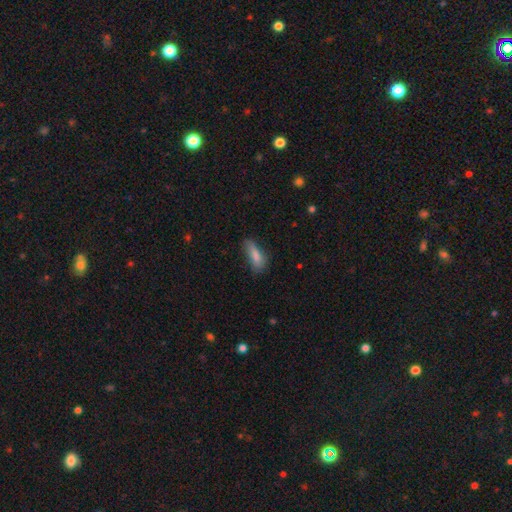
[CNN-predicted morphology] Smooth or featured: smooth — 81% (featured or disk — 11%)
How rounded: in between — 61% (cigar-shaped — 36%)
Merging: none — 54% (minor disturbance — 33%)